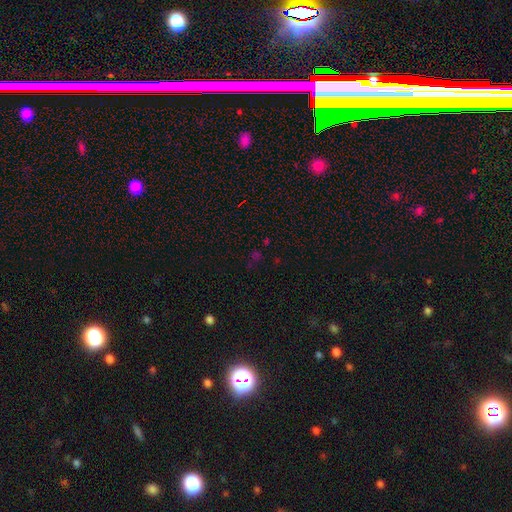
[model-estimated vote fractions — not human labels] This appears to be a star or artifact, not a galaxy (55%).